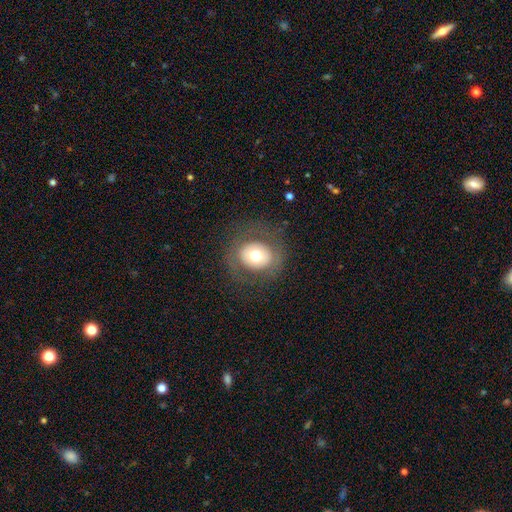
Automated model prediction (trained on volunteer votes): smooth 61%, featured or disk 28%, star or artifact 11%. Down the decision tree: how rounded — round (77%); merging — none (80%).